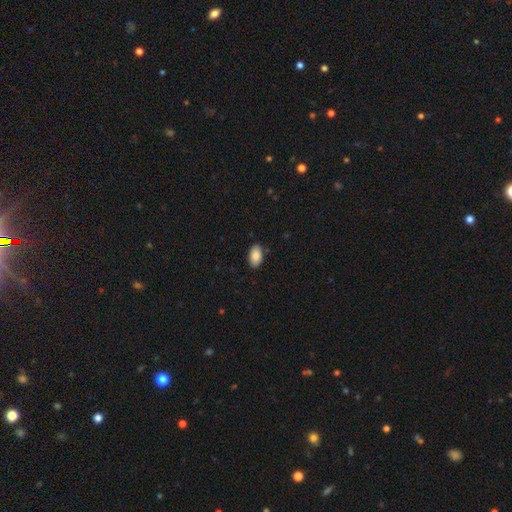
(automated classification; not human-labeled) Overall: smooth (88%). How rounded: in between (94%). Merging: none (87%).